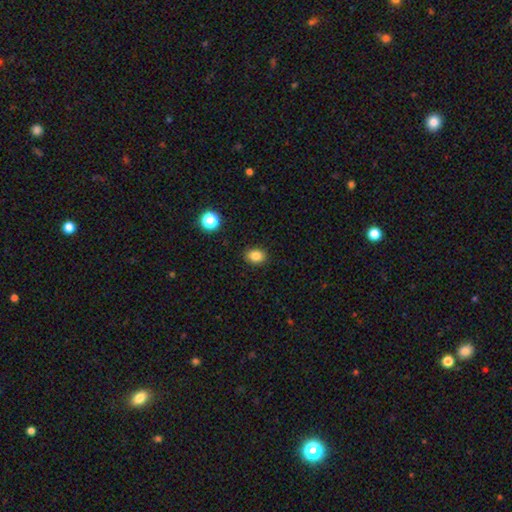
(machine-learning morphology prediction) The model was most divided on "how rounded": in between: 56%, round: 43%, cigar-shaped: 1%. More confident: merging — none (89%); smooth or featured — smooth (84%).